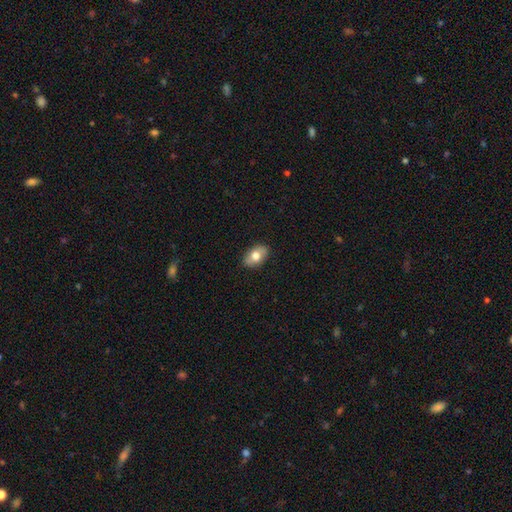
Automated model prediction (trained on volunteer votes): Smooth or featured? Predicted: smooth (p=0.73). How rounded? Predicted: in between (p=0.87). Merging? Predicted: none (p=0.85).